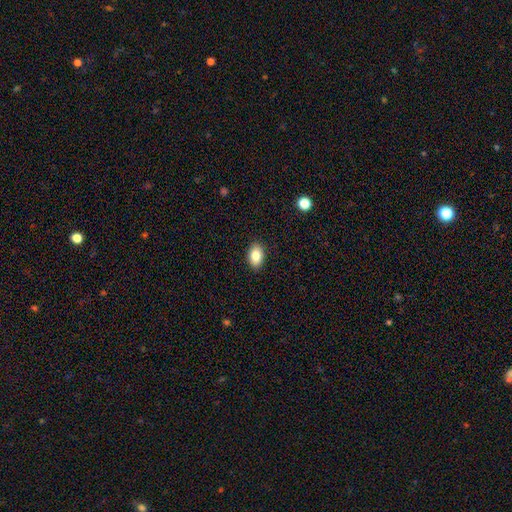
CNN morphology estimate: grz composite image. It shows a smooth galaxy with no disk features (85%) that is in between round and cigar-shaped (90%). Merging: none (90%).